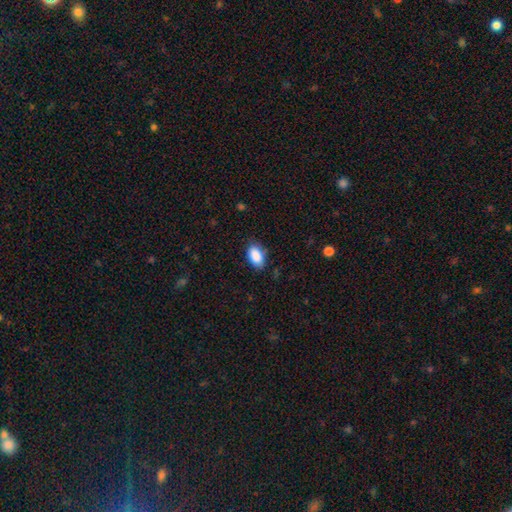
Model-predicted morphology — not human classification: A smooth galaxy with no disk features (89%) that is in between round and cigar-shaped (93%).

Vote fractions:
- Smooth or featured? smooth: 89% / star or artifact: 7% / featured or disk: 4%
- How rounded? in between: 93% / round: 5% / cigar-shaped: 2%
- Merging? none: 78% / minor disturbance: 17% / major disturbance: 3% / merger: 1%